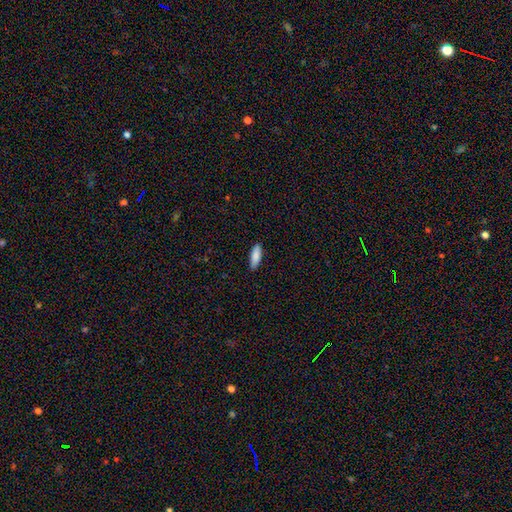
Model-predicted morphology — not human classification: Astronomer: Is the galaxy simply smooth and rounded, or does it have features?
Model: smooth — 87%.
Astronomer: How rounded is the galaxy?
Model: in between — 58% (runner-up: cigar-shaped, 40%).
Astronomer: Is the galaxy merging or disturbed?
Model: none — 87%.